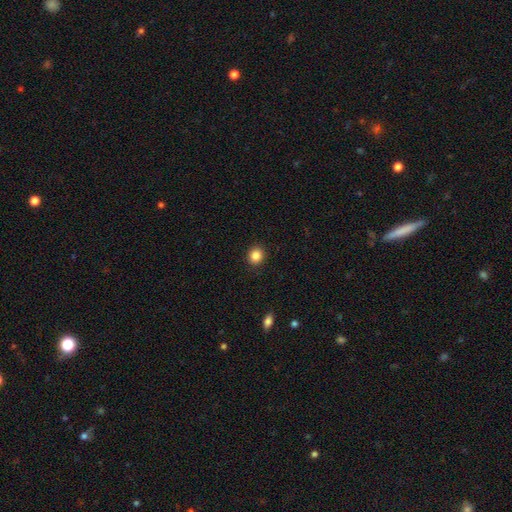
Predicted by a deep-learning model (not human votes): This appears to be a smooth galaxy with no disk features (86%) that is round (83%). Merging: none (91%).